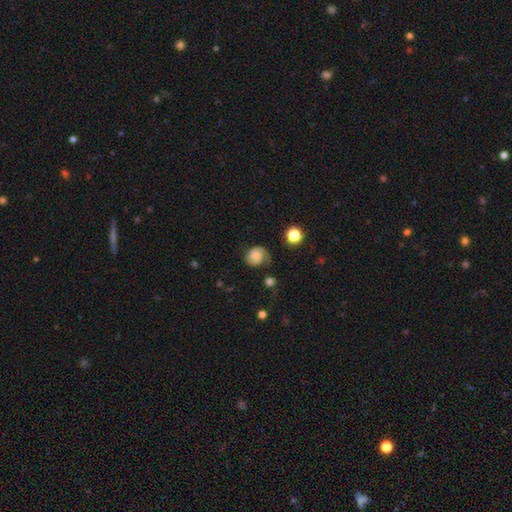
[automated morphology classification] Q: Smooth or featured?
A: smooth (47%); runner-up: featured or disk (42%)
Q: Merging?
A: none (54%); runner-up: minor disturbance (27%)